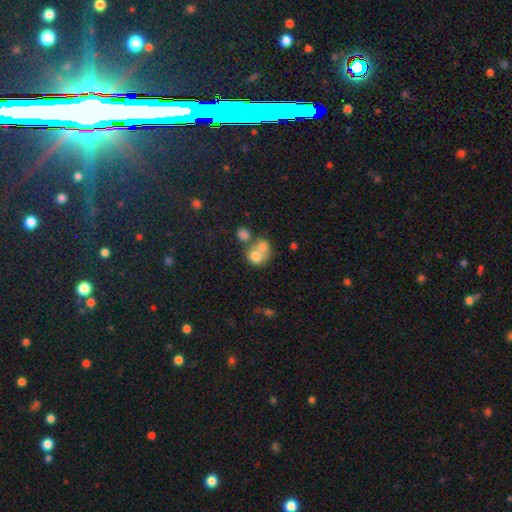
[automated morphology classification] This is likely a smooth galaxy (68%). How rounded: likely round (69%). Merging: likely merger (64%).